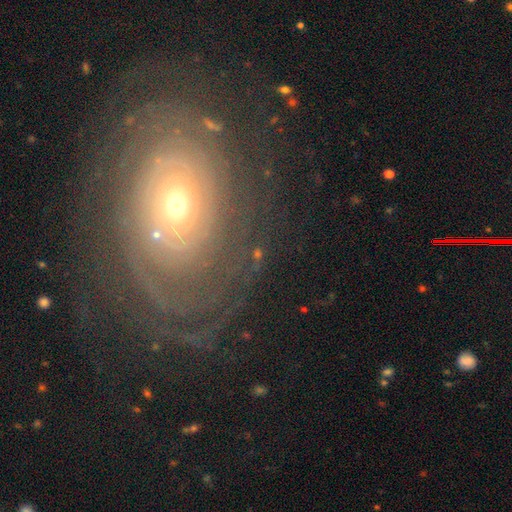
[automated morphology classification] The model was most divided on "spiral arm count": can't tell: 39%, 2: 16%, more than 4: 14%, 3: 12%, 4: 11%, 1: 8%. More confident: edge-on disk — no (96%); spiral arms — yes (89%); spiral winding — tight (79%); smooth or featured — featured or disk (78%); bar — no (77%); merging — none (72%); bulge size — small (61%).